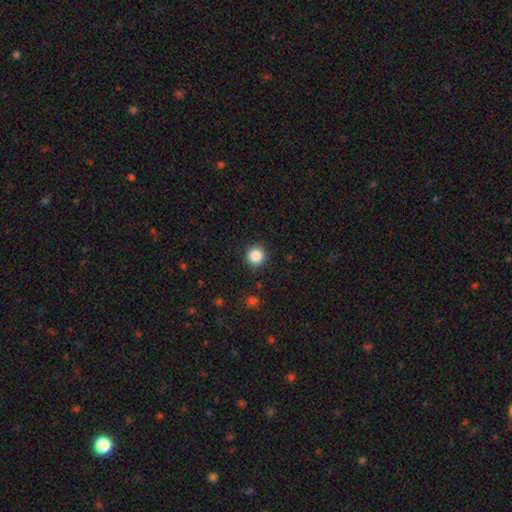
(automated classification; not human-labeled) smooth_or_featured: smooth (p=0.86) [alt: star or artifact p=0.10]
how_rounded: round (p=0.95) [alt: in between p=0.04]
merging: none (p=0.91) [alt: minor disturbance p=0.06]